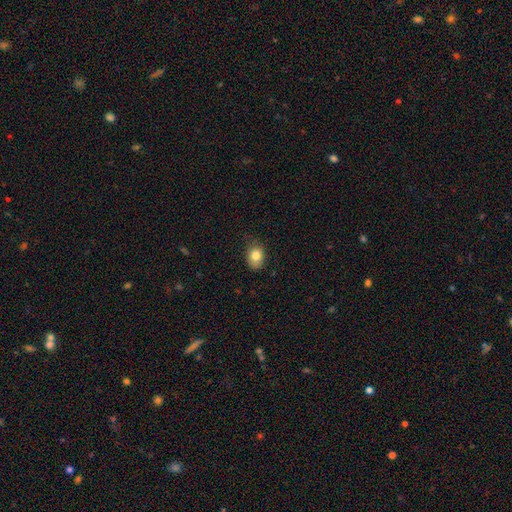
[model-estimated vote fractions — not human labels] smooth-or-featured: smooth: 81% | star or artifact: 10% | featured or disk: 9%
  how-rounded: in between: 63% | round: 36% | cigar-shaped: 1%
  merging: none: 71% | minor disturbance: 23% | major disturbance: 5% | merger: 1%